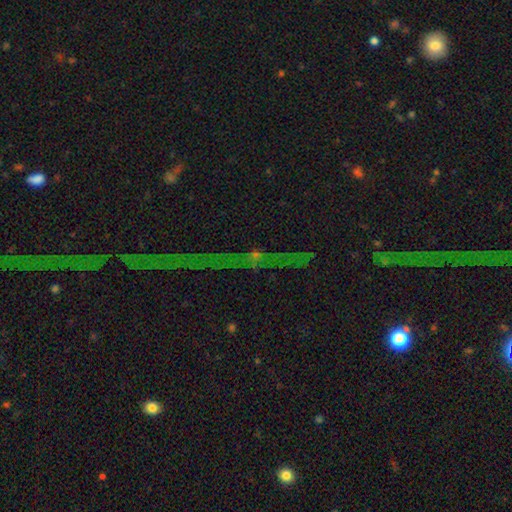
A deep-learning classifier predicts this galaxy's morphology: star or artifact 64%, featured or disk 22%, smooth 14%.